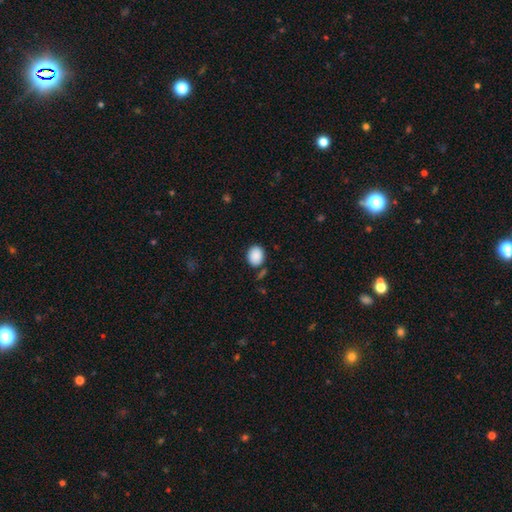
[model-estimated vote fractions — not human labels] smooth 89%, star or artifact 8%, featured or disk 3%. Down the decision tree: how rounded — in between (50%, tied with round); merging — none (81%).